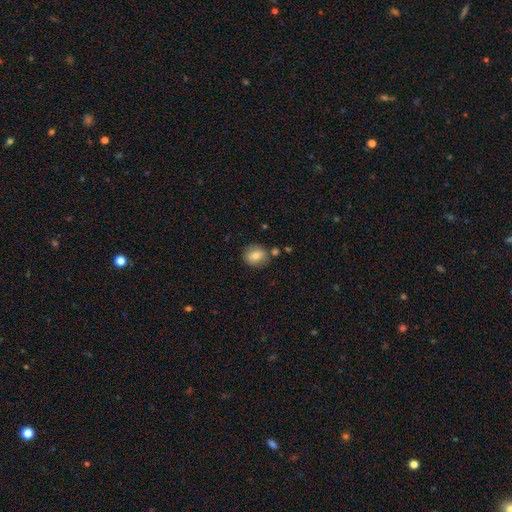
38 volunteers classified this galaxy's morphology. Smooth or featured?
  - smooth: 82% *
  - featured or disk: 11%
  - star or artifact: 8%
How rounded?
  - round: 58% *
  - in between: 42%
  - cigar-shaped: 0%
Merging?
  - none: 63% *
  - minor disturbance: 17%
  - major disturbance: 14%
  - merger: 6%